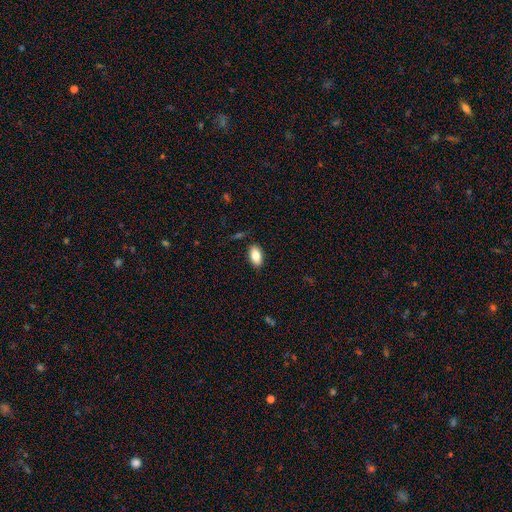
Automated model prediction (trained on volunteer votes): A smooth galaxy with no disk features (84%) that is in between round and cigar-shaped (93%). Merging: none (86%).